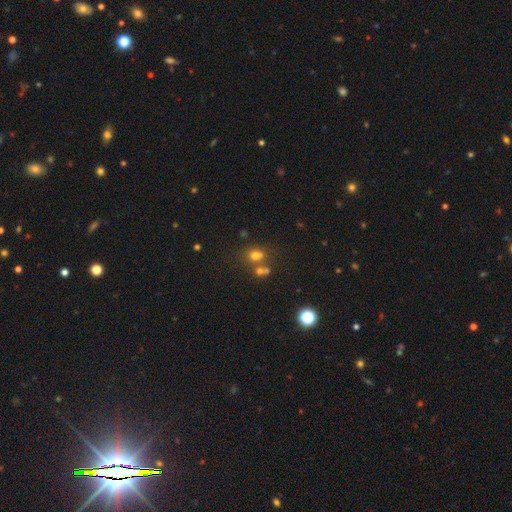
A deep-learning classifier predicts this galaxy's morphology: Smooth or featured? Predicted: smooth (p=0.67). How rounded? Predicted: round (p=0.57). Merging? Predicted: none (p=0.52).